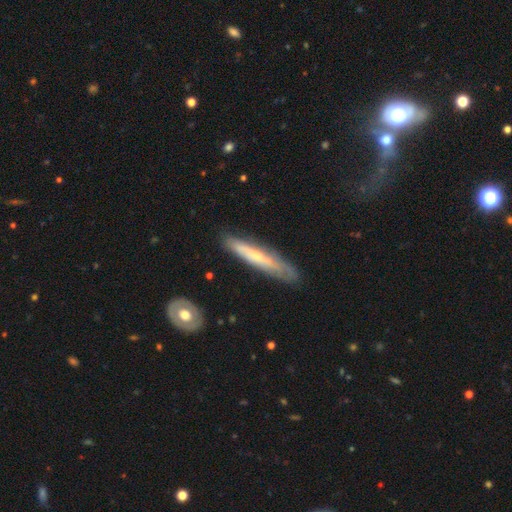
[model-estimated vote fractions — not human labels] smooth_or_featured: featured or disk (p=0.56) [alt: smooth p=0.38]
disk_edge_on: yes (p=0.70) [alt: no p=0.30]
merging: none (p=0.78) [alt: minor disturbance p=0.17]